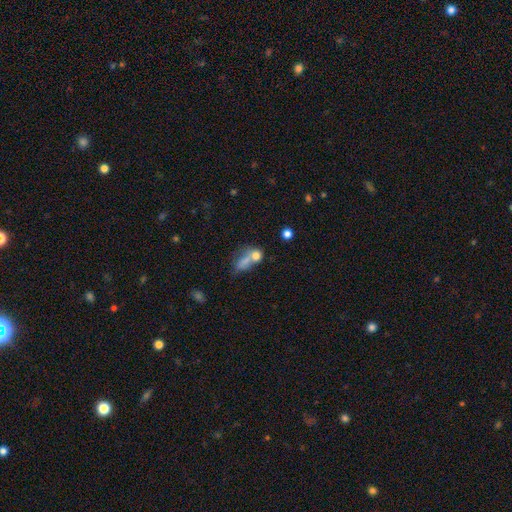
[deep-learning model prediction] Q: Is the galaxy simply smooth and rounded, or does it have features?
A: smooth — 69%.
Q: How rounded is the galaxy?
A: in between — 50%.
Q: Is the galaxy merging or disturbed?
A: merger — 49%.